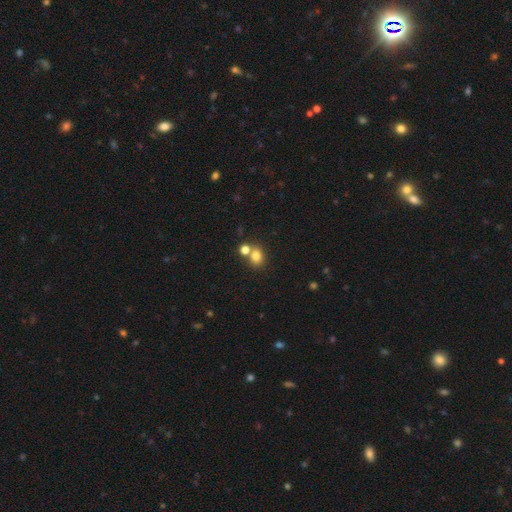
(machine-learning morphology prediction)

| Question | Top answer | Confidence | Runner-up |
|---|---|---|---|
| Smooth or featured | smooth | 79% | star or artifact (13%) |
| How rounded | round | 60% | in between (39%) |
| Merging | none | 56% | merger (32%) |